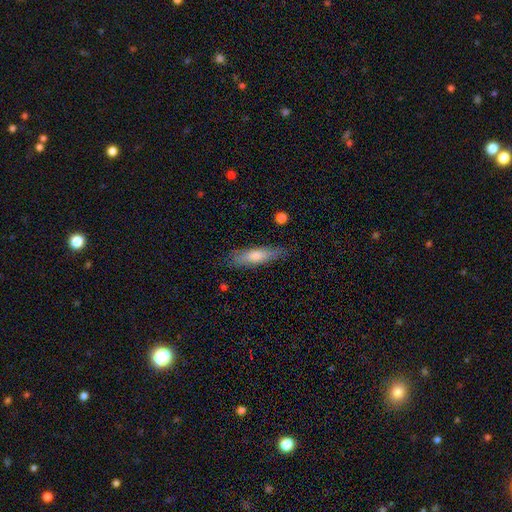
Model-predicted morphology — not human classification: smooth-or-featured: smooth: 66% | featured or disk: 28% | star or artifact: 6%
  how-rounded: cigar-shaped: 72% | in between: 26% | round: 2%
  merging: none: 82% | minor disturbance: 14% | major disturbance: 3% | merger: 1%